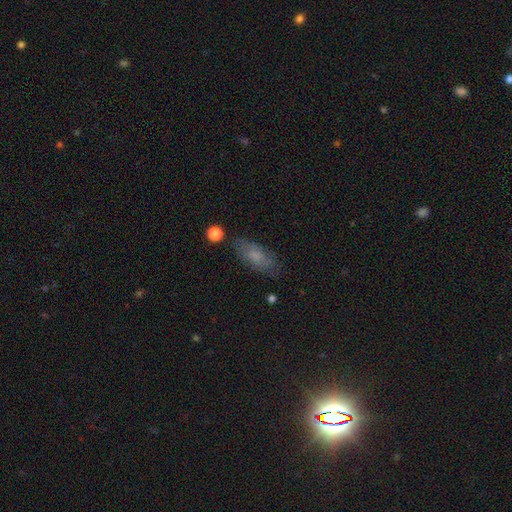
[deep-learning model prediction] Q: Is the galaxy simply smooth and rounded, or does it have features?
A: smooth — 68%.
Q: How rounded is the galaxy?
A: in between — 80%.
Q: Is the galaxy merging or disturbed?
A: none — 73%.